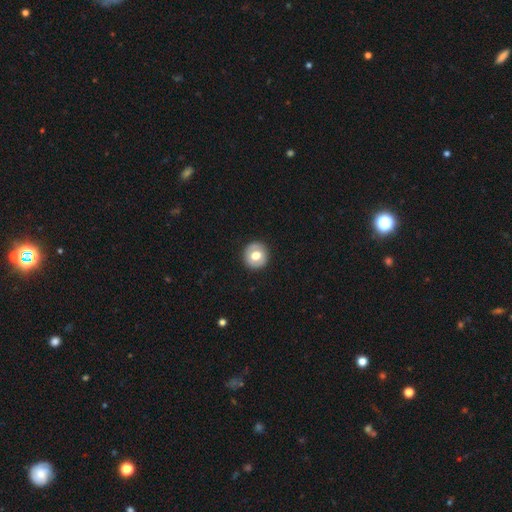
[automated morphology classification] Smooth or featured? Predicted: smooth (p=0.64). How rounded? Predicted: round (p=0.92). Merging? Predicted: none (p=0.90).